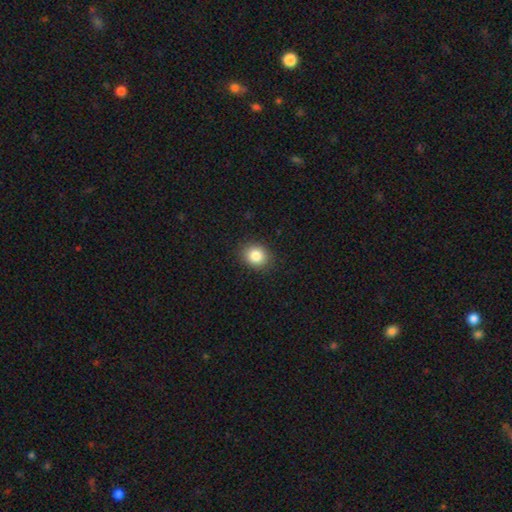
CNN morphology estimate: smooth-or-featured: smooth: 85% | star or artifact: 9% | featured or disk: 5%
  how-rounded: round: 63% | in between: 36% | cigar-shaped: 1%
  merging: none: 89% | minor disturbance: 8% | major disturbance: 2% | merger: 1%